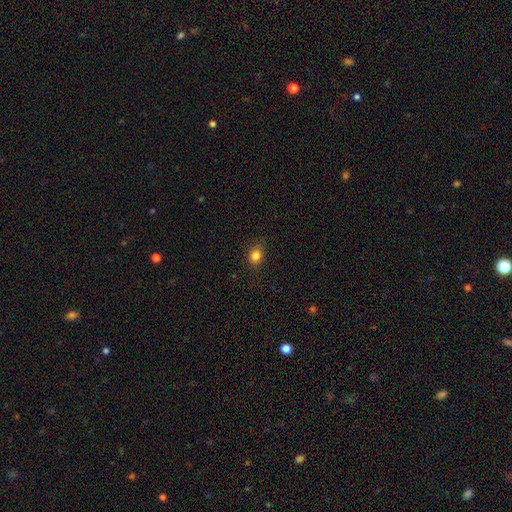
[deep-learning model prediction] Q: Smooth or featured?
A: smooth (82%); runner-up: star or artifact (12%)
Q: How rounded?
A: round (59%); runner-up: in between (40%)
Q: Merging?
A: none (83%); runner-up: minor disturbance (13%)